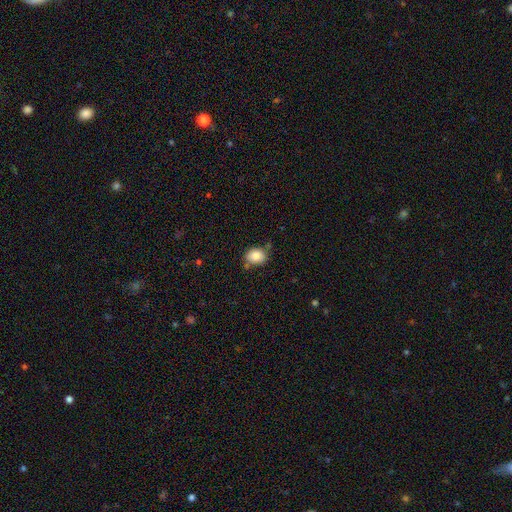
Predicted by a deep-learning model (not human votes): A smooth galaxy with no disk features (85%) that is in between round and cigar-shaped (50%).

Vote fractions:
- Smooth or featured? smooth: 85% / star or artifact: 9% / featured or disk: 7%
- How rounded? in between: 50% / round: 49% / cigar-shaped: 1%
- Merging? none: 72% / minor disturbance: 17% / merger: 7% / major disturbance: 4%